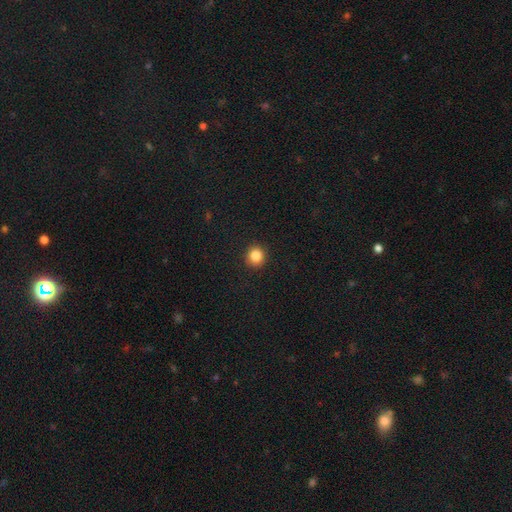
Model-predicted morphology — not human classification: Smooth or featured? Predicted: smooth (p=0.84). How rounded? Predicted: round (p=0.92). Merging? Predicted: none (p=0.93).